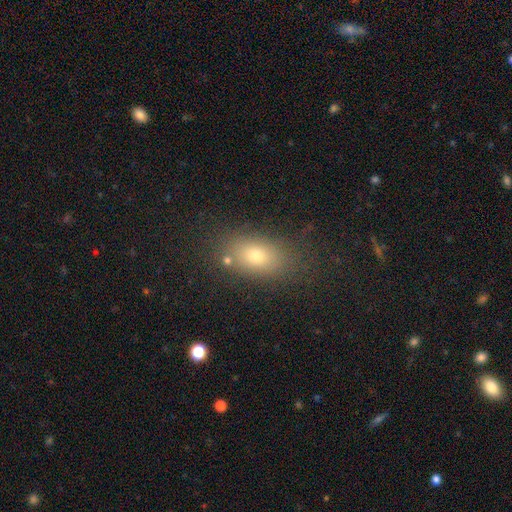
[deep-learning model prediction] Smooth or featured?
  - smooth: 74% *
  - featured or disk: 13%
  - star or artifact: 12%
How rounded?
  - in between: 83% *
  - round: 13%
  - cigar-shaped: 4%
Merging?
  - none: 76% *
  - minor disturbance: 14%
  - major disturbance: 6%
  - merger: 5%